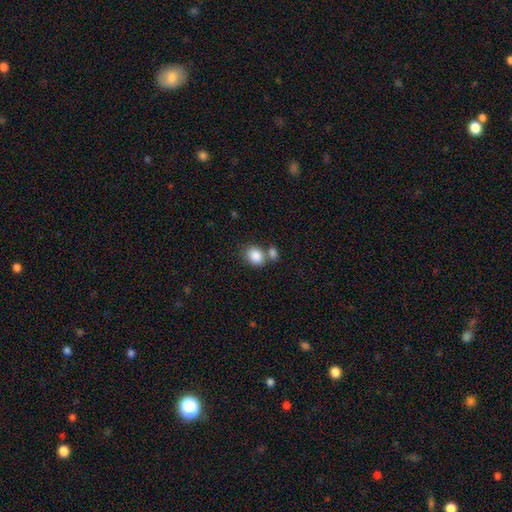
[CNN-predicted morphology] Smooth or featured? Predicted: smooth (p=0.86). How rounded? Predicted: in between (p=0.59). Merging? Predicted: none (p=0.49).